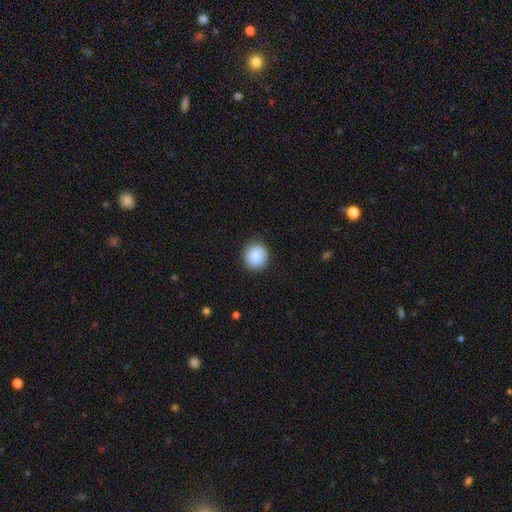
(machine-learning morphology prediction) This appears to be a smooth galaxy with no disk features (82%) that is round (91%). Merging: none (88%).